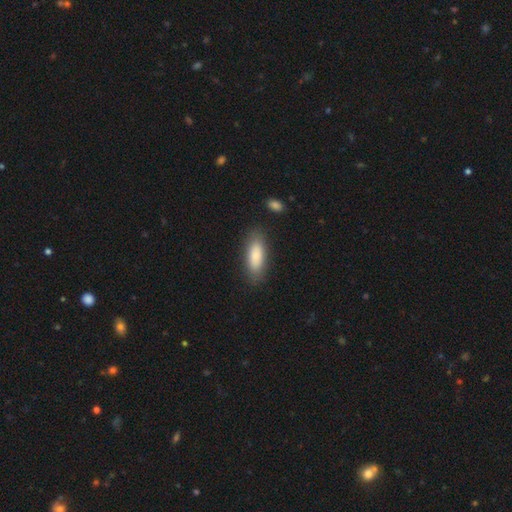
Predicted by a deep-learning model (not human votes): The model was most divided on "how rounded": in between: 69%, cigar-shaped: 29%, round: 2%. More confident: smooth or featured — smooth (83%); merging — none (83%).